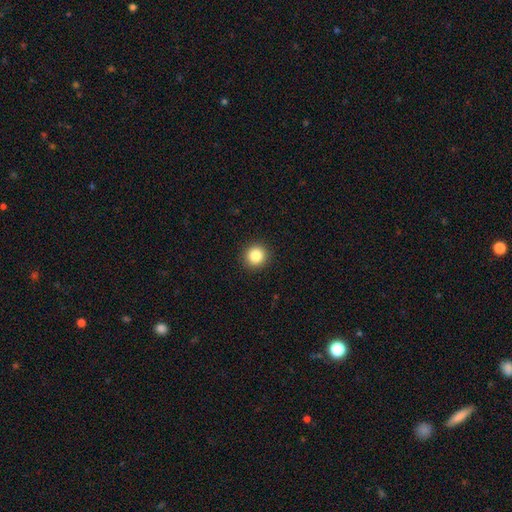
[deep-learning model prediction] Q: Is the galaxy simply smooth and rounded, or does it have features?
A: smooth — 85%.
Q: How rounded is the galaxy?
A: round — 93%.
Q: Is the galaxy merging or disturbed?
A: none — 93%.